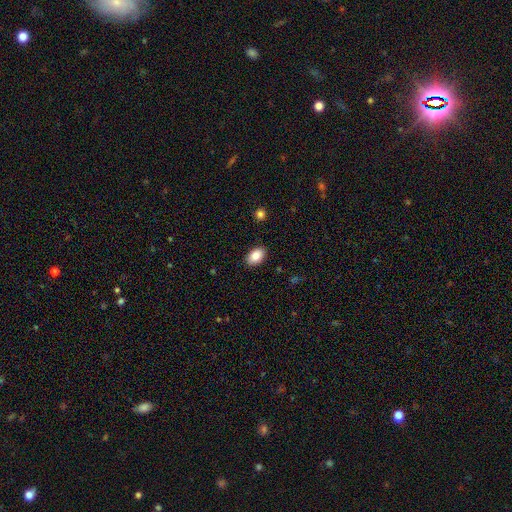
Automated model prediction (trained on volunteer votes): Morphology: type=smooth (85%); roundness=in between (90%); merging=none (89%).